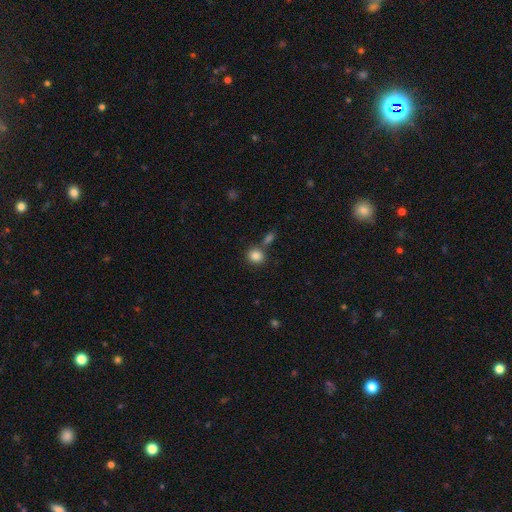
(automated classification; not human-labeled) smooth-or-featured: smooth: 85% | star or artifact: 10% | featured or disk: 6%
  how-rounded: round: 74% | in between: 25% | cigar-shaped: 1%
  merging: none: 68% | merger: 18% | minor disturbance: 10% | major disturbance: 3%